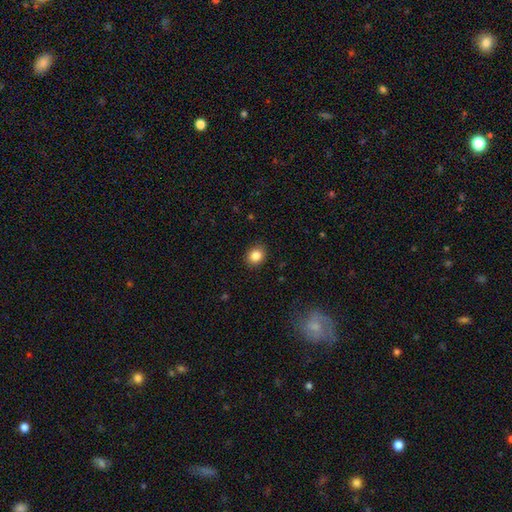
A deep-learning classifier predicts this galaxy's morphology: smooth_or_featured: smooth (p=0.85) [alt: star or artifact p=0.09]
how_rounded: round (p=0.61) [alt: in between p=0.38]
merging: none (p=0.88) [alt: minor disturbance p=0.09]